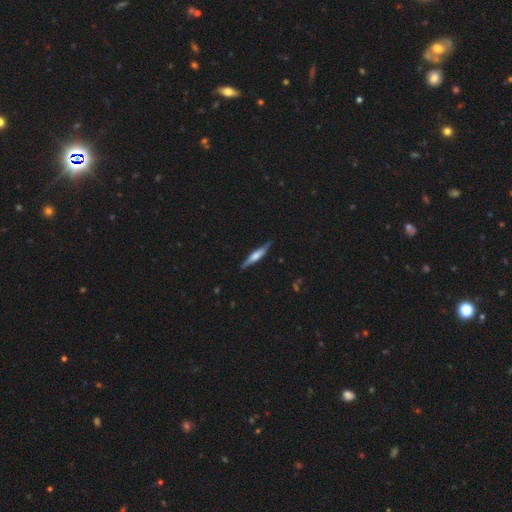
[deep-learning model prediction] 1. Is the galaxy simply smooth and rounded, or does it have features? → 58% featured or disk, 37% smooth, 5% star or artifact.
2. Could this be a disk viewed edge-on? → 94% yes, 6% no.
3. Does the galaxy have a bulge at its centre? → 62% rounded, 27% boxy, 11% none.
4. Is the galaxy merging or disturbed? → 84% none, 13% minor disturbance, 2% major disturbance, 1% merger.